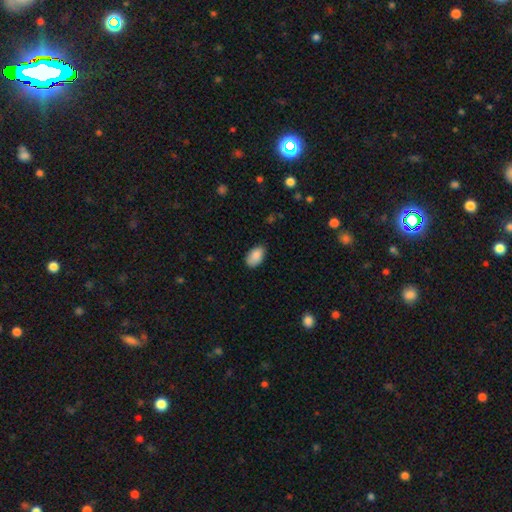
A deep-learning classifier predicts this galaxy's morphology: This appears to be a smooth galaxy with no disk features (87%) that is in between round and cigar-shaped (93%). Merging: none (76%).